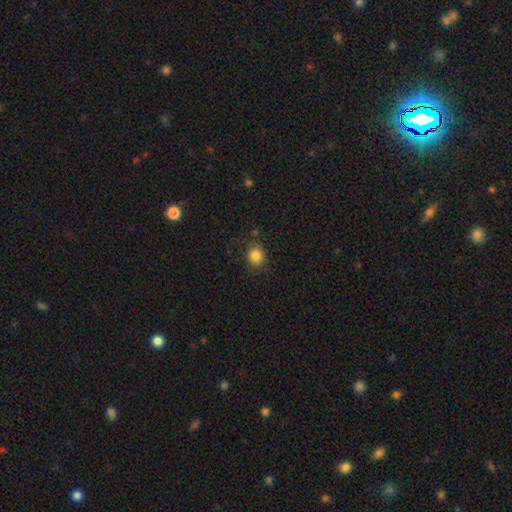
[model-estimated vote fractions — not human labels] smooth 84%, star or artifact 12%, featured or disk 5%. Down the decision tree: how rounded — round (81%); merging — none (82%).